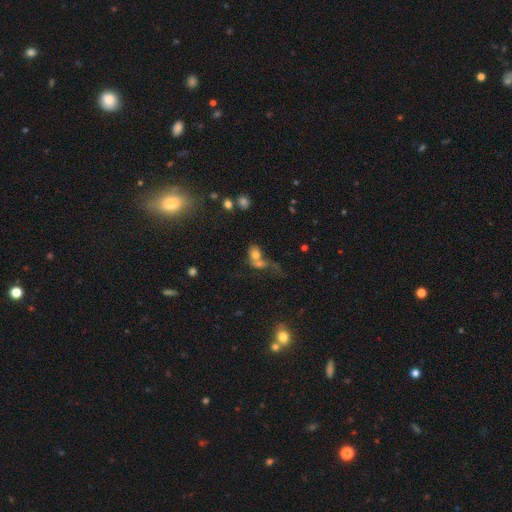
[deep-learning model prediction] Morphology: type=smooth (67%); roundness=in between (62%); merging=merger (61%).